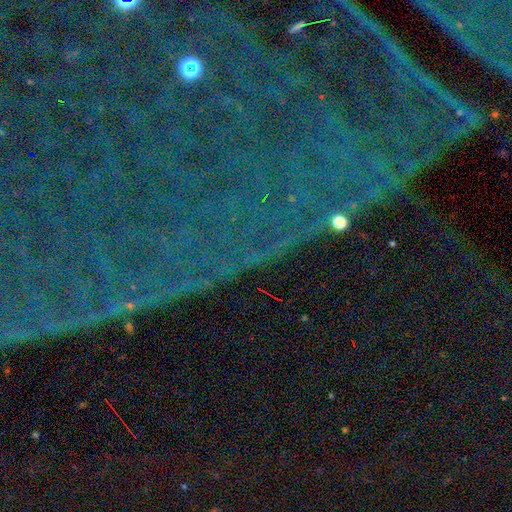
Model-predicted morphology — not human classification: This appears to be a star or artifact, not a galaxy (86%).